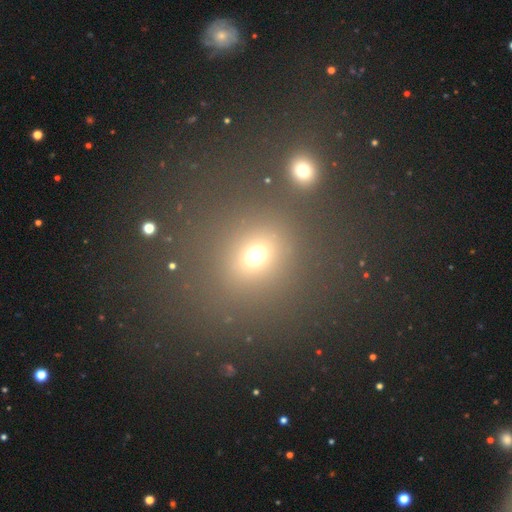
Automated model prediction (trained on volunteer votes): Smooth or featured: smooth — 68% (star or artifact — 23%)
How rounded: round — 68% (in between — 30%)
Merging: none — 72% (merger — 12%)